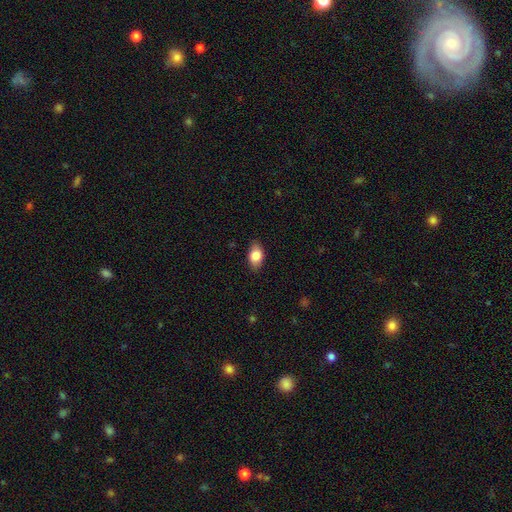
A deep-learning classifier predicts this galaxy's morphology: smooth_or_featured: smooth (p=0.83) [alt: featured or disk p=0.10]
how_rounded: in between (p=0.88) [alt: round p=0.10]
merging: none (p=0.84) [alt: minor disturbance p=0.12]